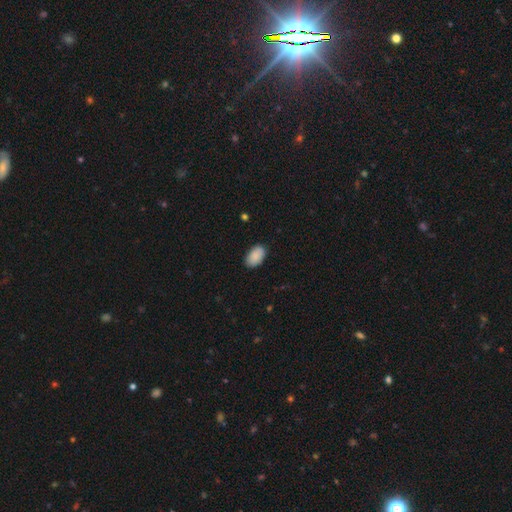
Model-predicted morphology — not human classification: type=smooth (90%); roundness=in between (93%); merging=none (86%).